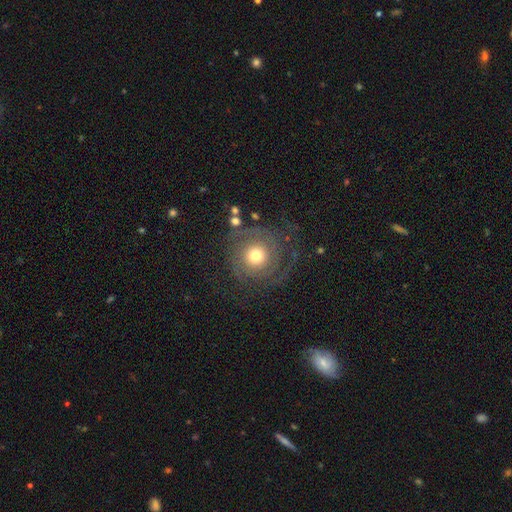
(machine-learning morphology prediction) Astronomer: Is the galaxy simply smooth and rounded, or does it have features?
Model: featured or disk — 67%.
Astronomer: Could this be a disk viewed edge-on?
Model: no — 97%.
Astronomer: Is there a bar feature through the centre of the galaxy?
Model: no — 85%.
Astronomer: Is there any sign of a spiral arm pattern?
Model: yes — 87%.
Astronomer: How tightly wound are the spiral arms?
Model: tight — 55%.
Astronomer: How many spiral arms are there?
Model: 2 — 48%.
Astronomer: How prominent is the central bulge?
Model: moderate — 64%.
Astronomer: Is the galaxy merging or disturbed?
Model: none — 69%.